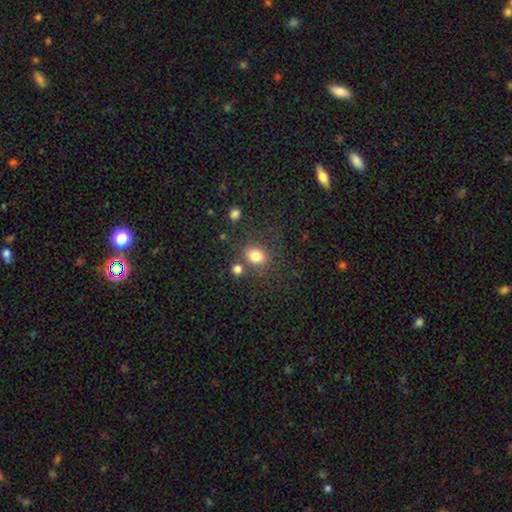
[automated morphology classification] This appears to be a smooth galaxy with no disk features (80%) that is round (68%). Merging: none (69%).